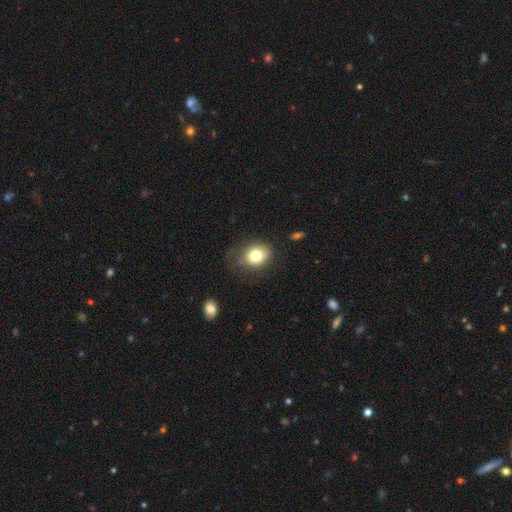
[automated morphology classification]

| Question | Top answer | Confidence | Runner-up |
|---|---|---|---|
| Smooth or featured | smooth | 78% | featured or disk (11%) |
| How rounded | round | 59% | in between (40%) |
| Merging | none | 64% | minor disturbance (23%) |